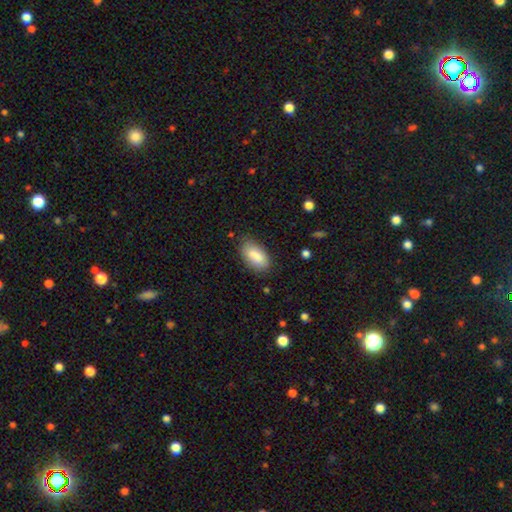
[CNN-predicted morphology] A smooth galaxy with no disk features (85%) that is in between round and cigar-shaped (93%). Merging: none (78%).